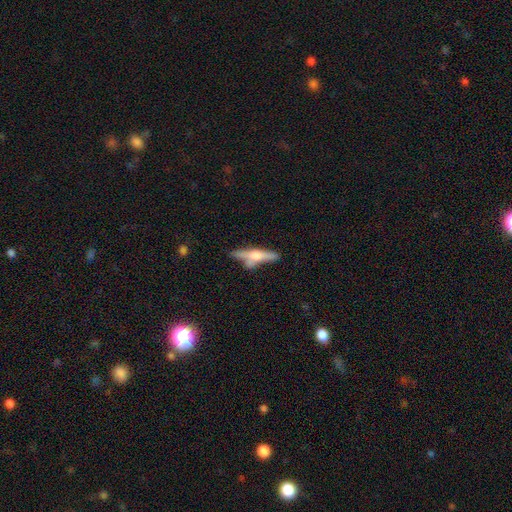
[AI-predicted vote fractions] featured or disk 54%, smooth 39%, star or artifact 7%. Down the decision tree: edge-on disk — yes (90%); merging — none (55%).